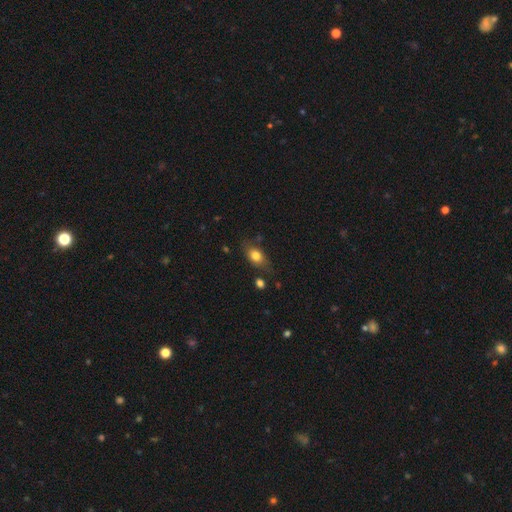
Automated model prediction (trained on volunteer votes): smooth-or-featured: smooth: 76% | featured or disk: 15% | star or artifact: 9%
  how-rounded: in between: 71% | round: 23% | cigar-shaped: 6%
  merging: none: 68% | minor disturbance: 22% | major disturbance: 6% | merger: 4%